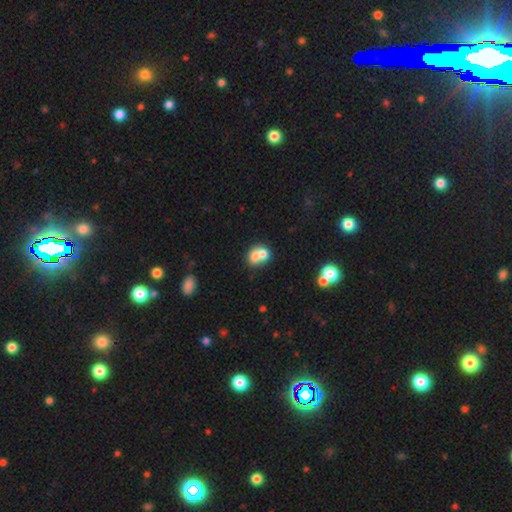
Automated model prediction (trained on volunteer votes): Smooth or featured? Predicted: smooth (p=0.69). How rounded? Predicted: round (p=0.55). Merging? Predicted: merger (p=0.63).